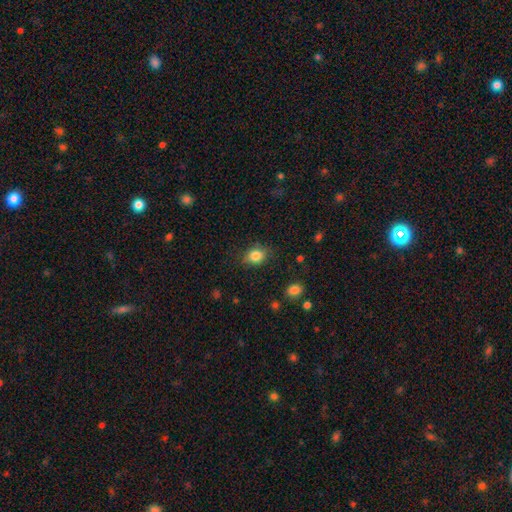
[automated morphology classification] Q: Smooth or featured?
A: smooth (84%); runner-up: star or artifact (10%)
Q: How rounded?
A: in between (52%); runner-up: round (47%)
Q: Merging?
A: none (79%); runner-up: minor disturbance (15%)